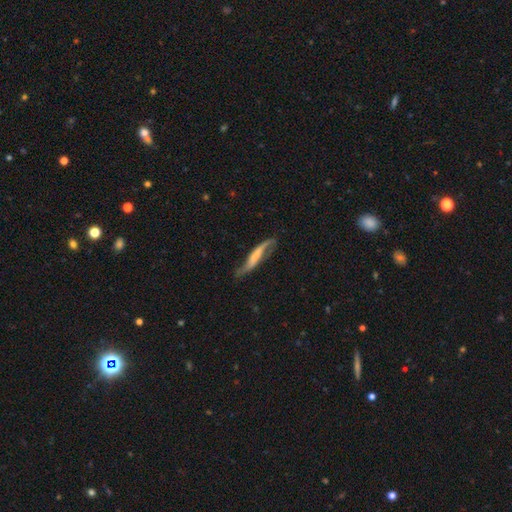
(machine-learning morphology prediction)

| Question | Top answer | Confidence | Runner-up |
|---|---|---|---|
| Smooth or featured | featured or disk | 66% | smooth (28%) |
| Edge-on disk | no | 65% | yes (35%) |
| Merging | none | 56% | minor disturbance (26%) |